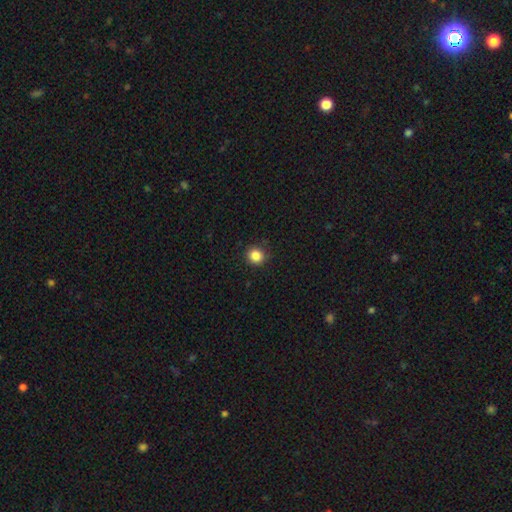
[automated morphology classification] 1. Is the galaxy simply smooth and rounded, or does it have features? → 86% smooth, 11% star or artifact, 3% featured or disk.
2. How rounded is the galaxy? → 91% round, 8% in between, 1% cigar-shaped.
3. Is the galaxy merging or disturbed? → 89% none, 8% minor disturbance, 2% major disturbance, 1% merger.